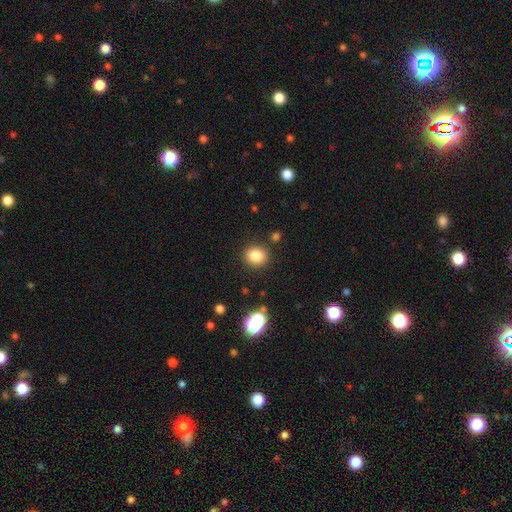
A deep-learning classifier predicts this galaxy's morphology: Smooth or featured? Predicted: smooth (p=0.82). How rounded? Predicted: round (p=0.75). Merging? Predicted: none (p=0.87).